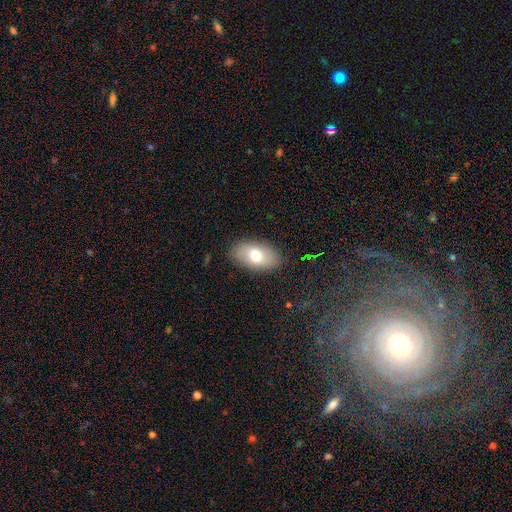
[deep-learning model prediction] Smooth or featured?
  - smooth: 70% *
  - featured or disk: 22%
  - star or artifact: 8%
How rounded?
  - in between: 92% *
  - round: 6%
  - cigar-shaped: 2%
Merging?
  - none: 84% *
  - minor disturbance: 11%
  - major disturbance: 3%
  - merger: 1%